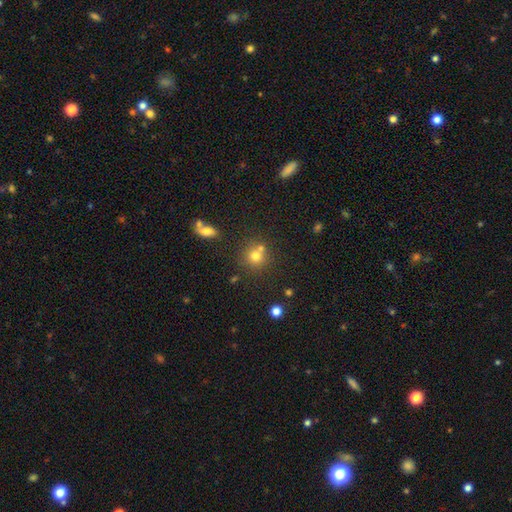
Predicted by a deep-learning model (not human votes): Morphology: type=smooth (74%); roundness=round (89%); merging=none (63%).